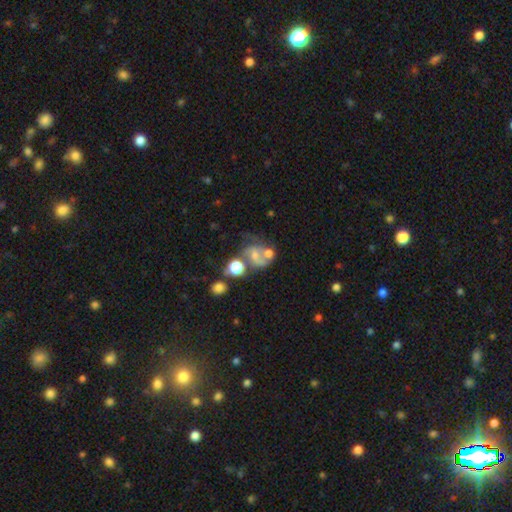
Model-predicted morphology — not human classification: Smooth or featured? featured or disk (55%)
Edge-on disk? no (98%)
Bar? no (58%)
Spiral arms? yes (74%)
Bulge size? moderate (41%)
Merging? merger (33%)